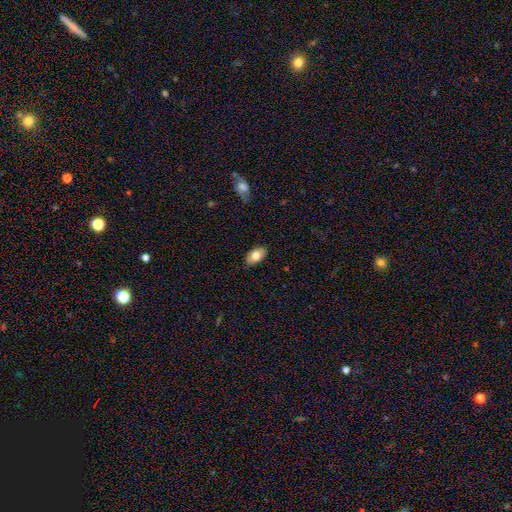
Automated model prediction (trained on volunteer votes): smooth 79%, featured or disk 14%, star or artifact 7%. Down the decision tree: how rounded — in between (93%); merging — none (86%).